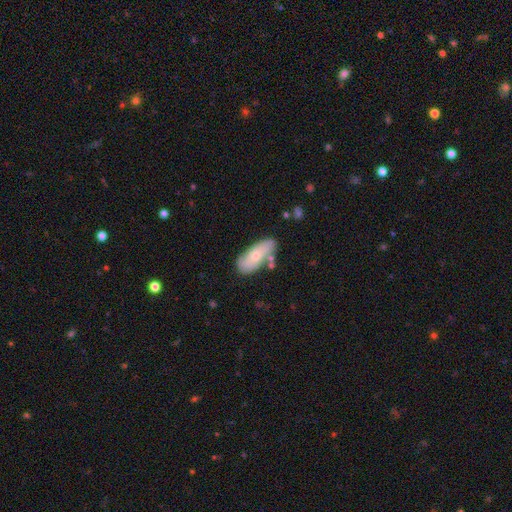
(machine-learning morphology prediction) This appears to be a smooth galaxy with no disk features (58%) that is in between round and cigar-shaped (81%). Merging: none (68%).